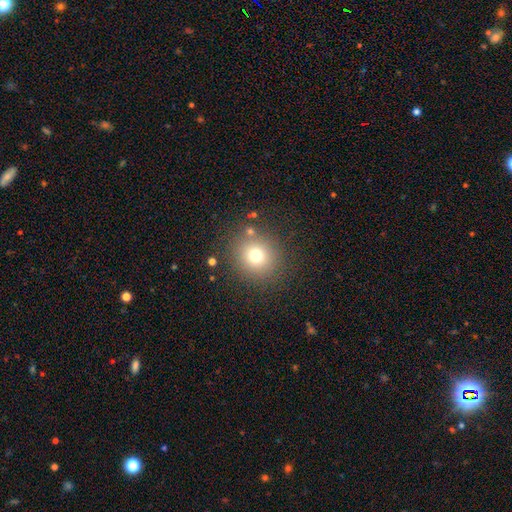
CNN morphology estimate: Smooth or featured?
  - smooth: 73% *
  - star or artifact: 17%
  - featured or disk: 10%
How rounded?
  - round: 91% *
  - in between: 8%
  - cigar-shaped: 1%
Merging?
  - none: 84% *
  - minor disturbance: 9%
  - major disturbance: 4%
  - merger: 4%